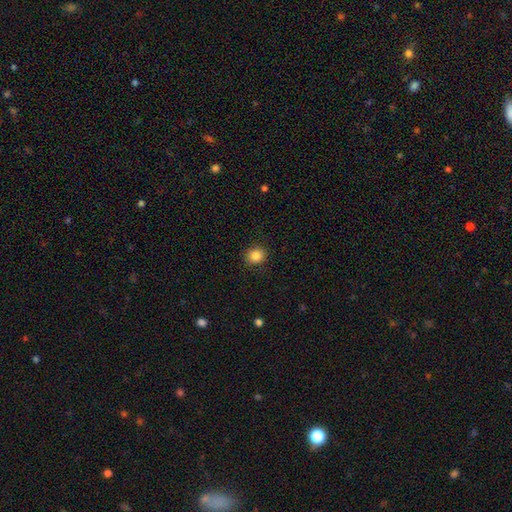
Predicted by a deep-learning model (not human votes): smooth 85%, star or artifact 10%, featured or disk 5%. Down the decision tree: how rounded — round (79%); merging — none (90%).